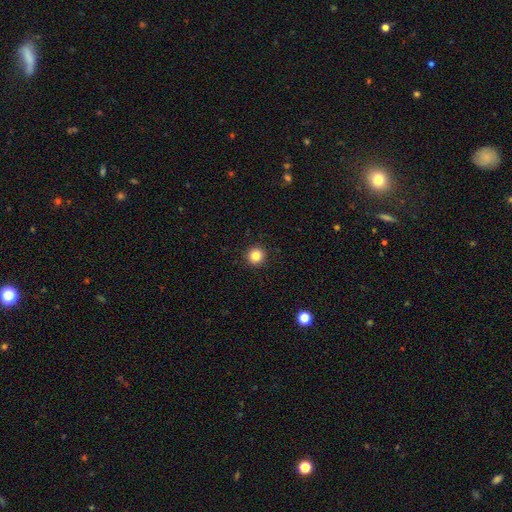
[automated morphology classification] Smooth or featured? smooth (83%)
How rounded? round (95%)
Merging? none (93%)